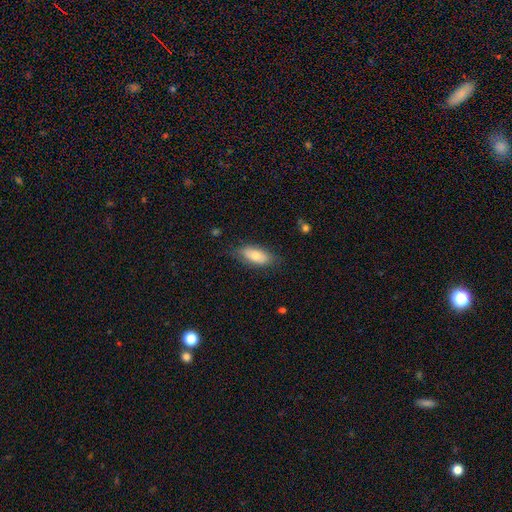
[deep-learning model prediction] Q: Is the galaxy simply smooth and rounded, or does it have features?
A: smooth — 77%.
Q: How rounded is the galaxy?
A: in between — 84%.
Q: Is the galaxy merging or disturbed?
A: none — 75%.